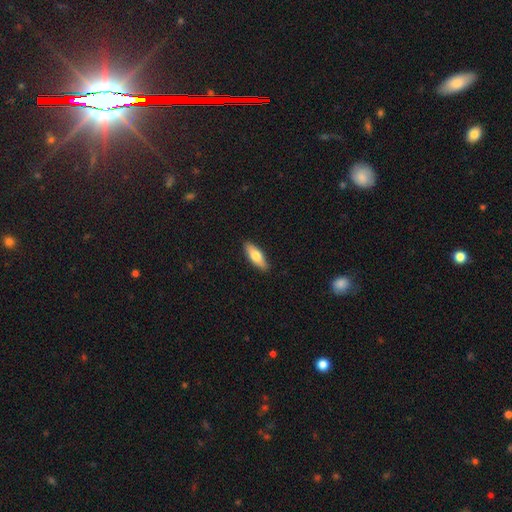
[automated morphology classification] This is likely a smooth galaxy (68%). How rounded: possibly in between (59%). Merging: clearly none (90%).